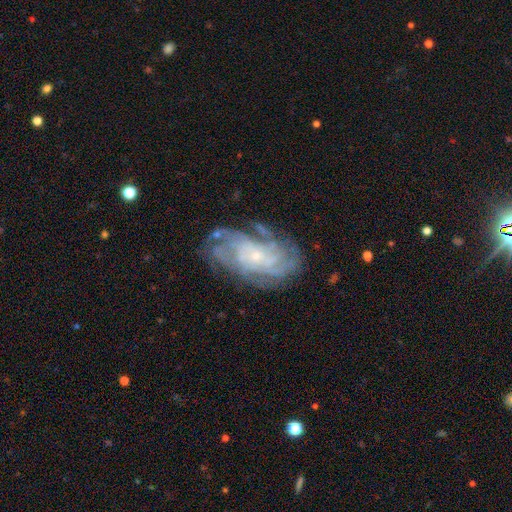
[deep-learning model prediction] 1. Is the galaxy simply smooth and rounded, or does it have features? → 84% featured or disk, 9% smooth, 7% star or artifact.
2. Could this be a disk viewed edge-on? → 96% no, 4% yes.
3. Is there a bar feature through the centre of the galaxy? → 77% no, 18% weak, 4% strong.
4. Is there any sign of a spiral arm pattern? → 94% yes, 6% no.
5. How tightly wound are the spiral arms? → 65% tight, 28% medium, 7% loose.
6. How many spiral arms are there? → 33% can't tell, 24% 4, 18% more than 4, 11% 3, 8% 2, 6% 1.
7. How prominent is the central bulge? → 84% small, 11% moderate, 3% none, 1% large, 1% dominant.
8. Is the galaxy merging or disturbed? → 72% none, 18% minor disturbance, 8% major disturbance, 3% merger.